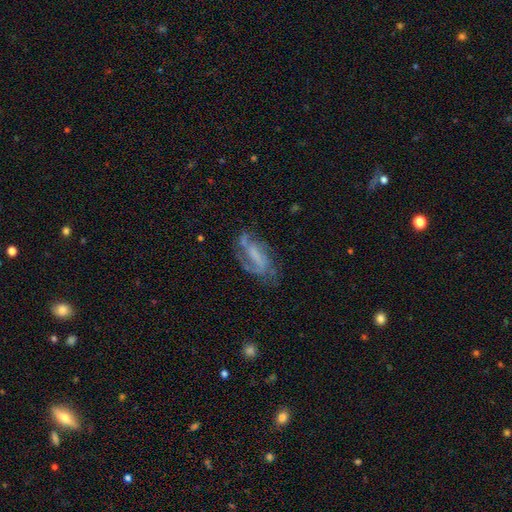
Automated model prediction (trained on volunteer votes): The model was most divided on "bar": weak: 36%, no: 35%, strong: 29%. Remaining: edge-on disk — no (92%); spiral arms — yes (84%); smooth or featured — featured or disk (71%); merging — none (54%); bulge size — none (51%); spiral arm count — 2 (48%); spiral winding — medium (42%).